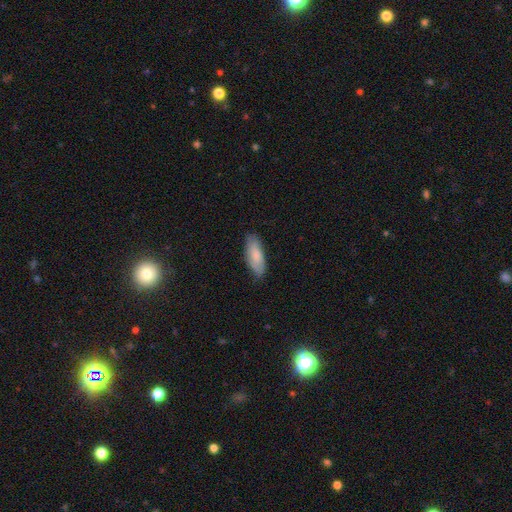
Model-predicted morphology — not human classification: Overall: smooth (79%). How rounded: in between (69%; cigar-shaped 29%). Merging: none (79%).